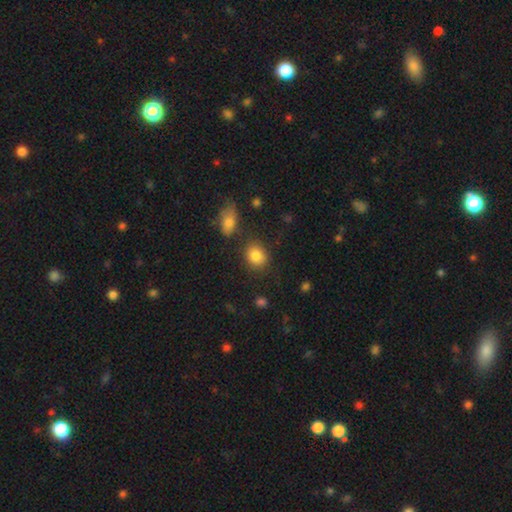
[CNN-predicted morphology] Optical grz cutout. It shows a smooth galaxy with no disk features (85%) that is round (58%). Merging: none (78%).